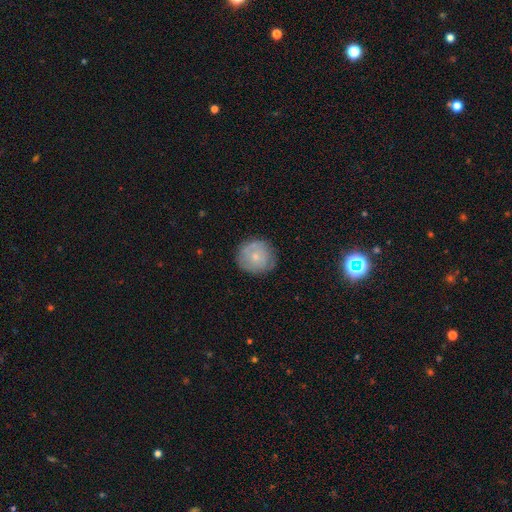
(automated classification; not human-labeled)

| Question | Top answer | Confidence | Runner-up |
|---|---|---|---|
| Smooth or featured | smooth | 61% | featured or disk (32%) |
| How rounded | round | 91% | in between (8%) |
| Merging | none | 77% | minor disturbance (17%) |